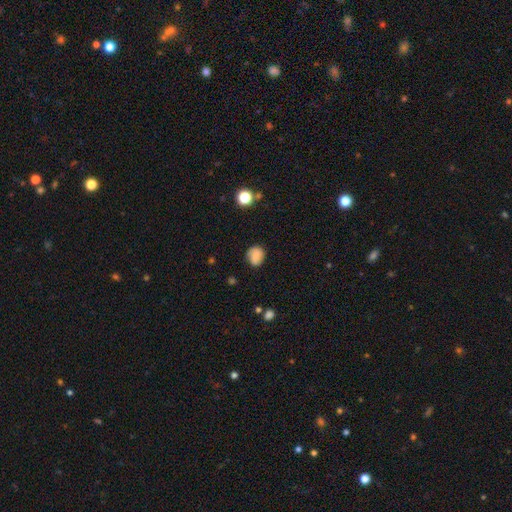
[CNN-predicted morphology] A smooth galaxy with no disk features (76%) that is round (71%). Merging: none (76%).